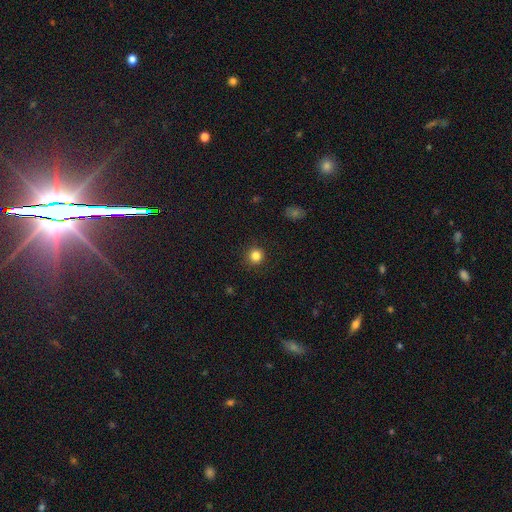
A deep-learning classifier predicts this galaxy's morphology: Smooth or featured: smooth — 84% (star or artifact — 12%)
How rounded: round — 93% (in between — 6%)
Merging: none — 91% (minor disturbance — 6%)